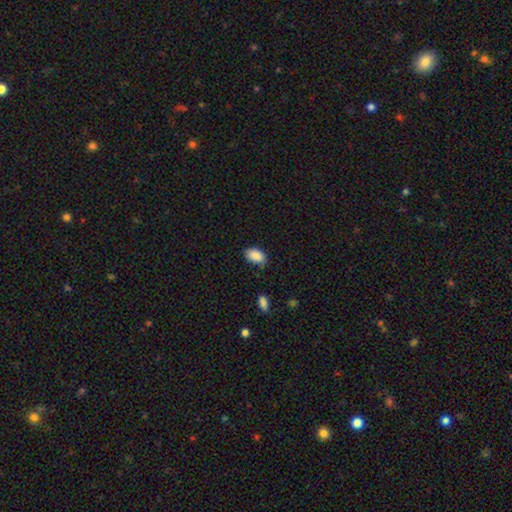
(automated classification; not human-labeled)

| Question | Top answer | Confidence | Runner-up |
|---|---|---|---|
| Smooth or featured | smooth | 89% | star or artifact (7%) |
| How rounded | in between | 91% | round (7%) |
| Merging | none | 75% | minor disturbance (20%) |